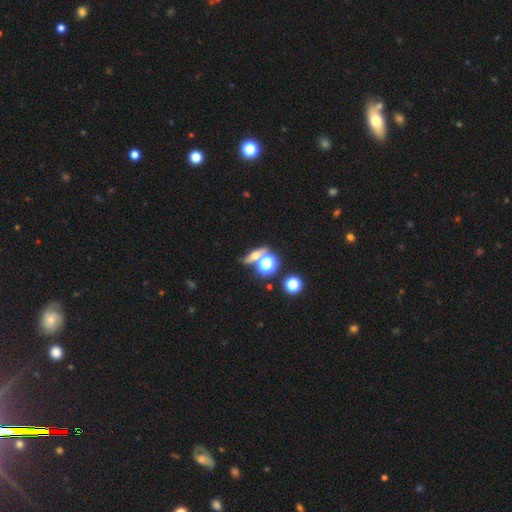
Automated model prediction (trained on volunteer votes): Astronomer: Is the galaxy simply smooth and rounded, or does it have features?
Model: smooth — 41% (runner-up: featured or disk, 35%).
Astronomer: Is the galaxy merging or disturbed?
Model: none — 67%.